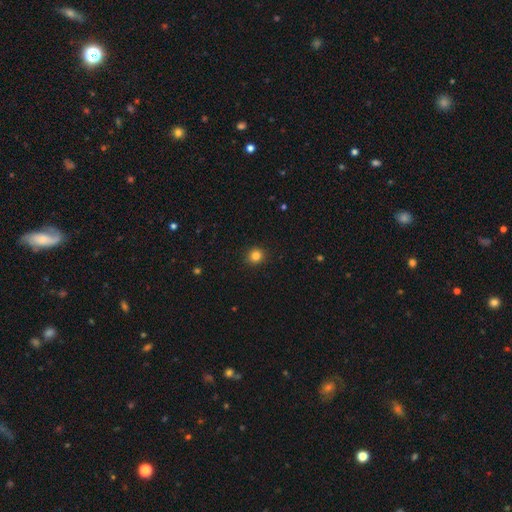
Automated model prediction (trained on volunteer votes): The model was most divided on "smooth or featured": smooth: 84%, star or artifact: 12%, featured or disk: 4%. More confident: merging — none (91%); how rounded — round (89%).